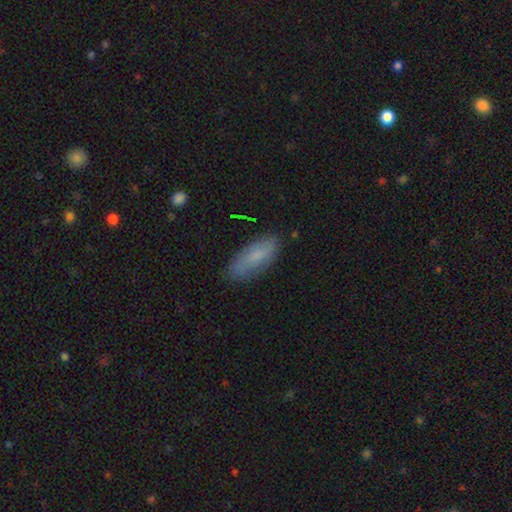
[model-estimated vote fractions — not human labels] Morphology: type=smooth (78%); roundness=in between (70%); merging=none (81%).